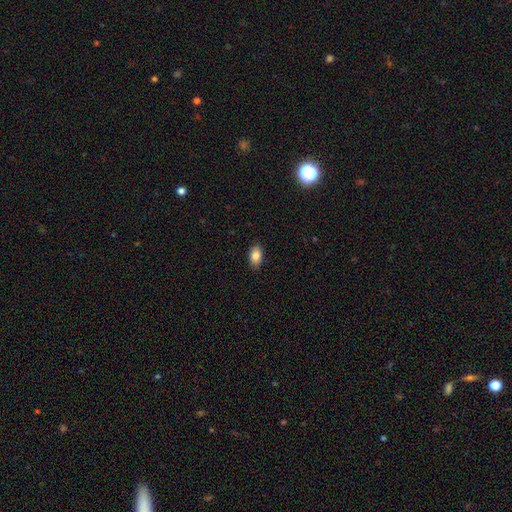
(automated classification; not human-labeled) This appears to be a smooth galaxy with no disk features (85%) that is in between round and cigar-shaped (90%). Merging: none (88%).